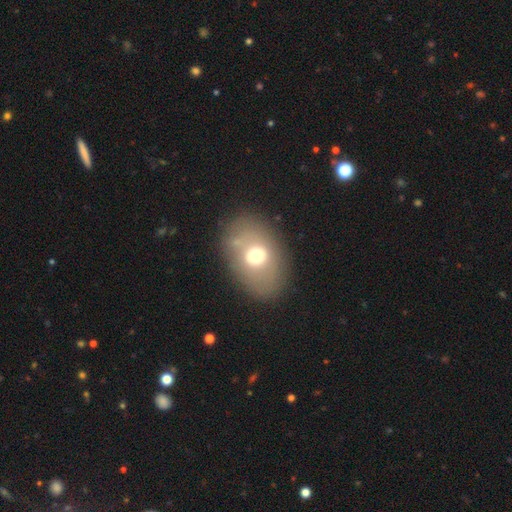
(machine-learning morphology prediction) Q: Smooth or featured?
A: smooth (61%); runner-up: featured or disk (28%)
Q: How rounded?
A: in between (76%); runner-up: round (23%)
Q: Merging?
A: none (79%); runner-up: minor disturbance (13%)